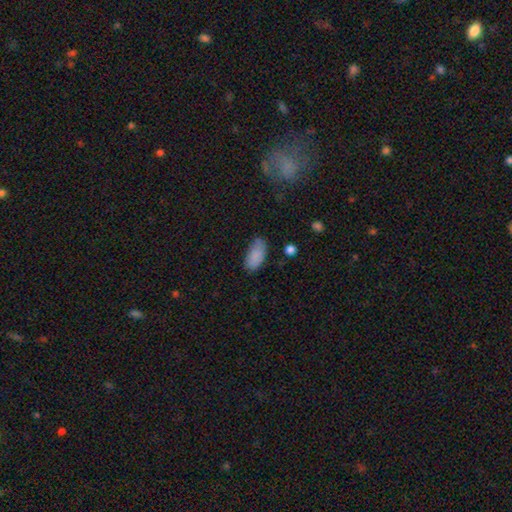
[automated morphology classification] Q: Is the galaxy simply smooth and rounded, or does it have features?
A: smooth — 86%.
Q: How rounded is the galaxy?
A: in between — 92%.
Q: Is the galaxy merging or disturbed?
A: none — 70%.